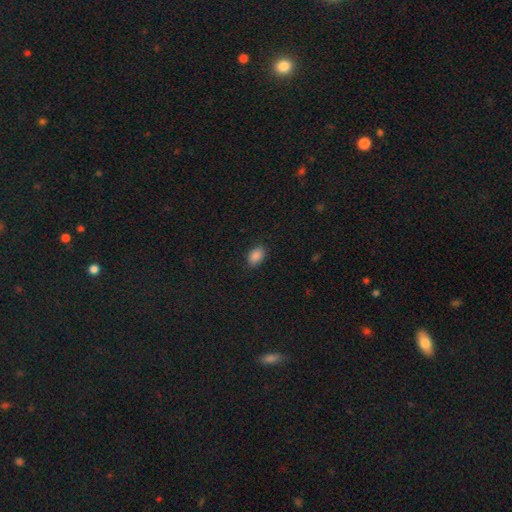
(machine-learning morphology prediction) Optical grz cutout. It shows a smooth galaxy with no disk features (88%) that is in between round and cigar-shaped (89%). Merging: none (86%).